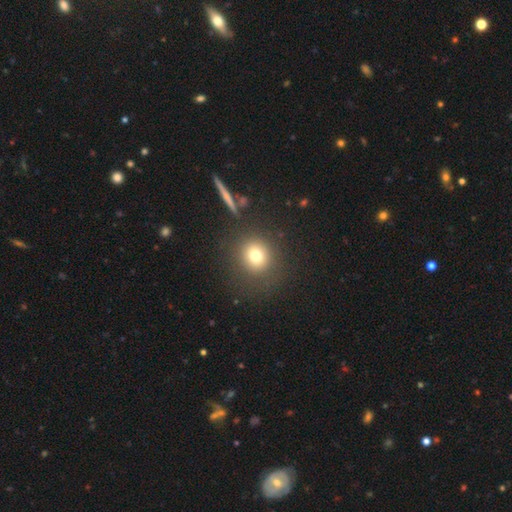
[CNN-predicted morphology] Q: Smooth or featured?
A: smooth (74%); runner-up: star or artifact (15%)
Q: How rounded?
A: round (87%); runner-up: in between (12%)
Q: Merging?
A: none (82%); runner-up: minor disturbance (9%)